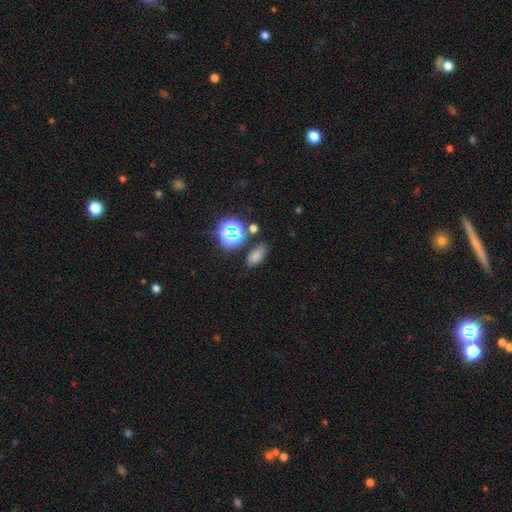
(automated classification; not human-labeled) This is likely a smooth galaxy (70%). How rounded: clearly in between (83%). Merging: likely none (74%).